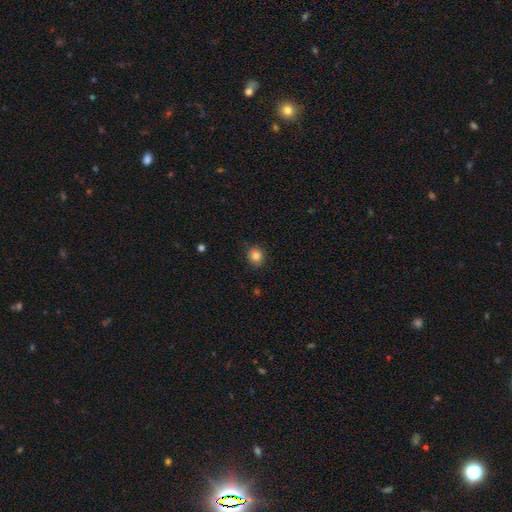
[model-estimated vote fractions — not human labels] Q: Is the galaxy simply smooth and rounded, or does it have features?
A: smooth — 81%.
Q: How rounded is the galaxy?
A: round — 83%.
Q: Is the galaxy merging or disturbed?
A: none — 74%.